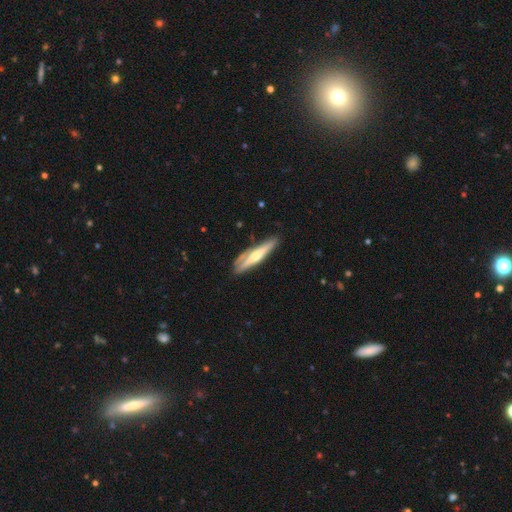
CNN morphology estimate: A featured or disk galaxy (58%) viewed edge-on (91%) with a rounded central bulge (84%). Merging: none (76%).